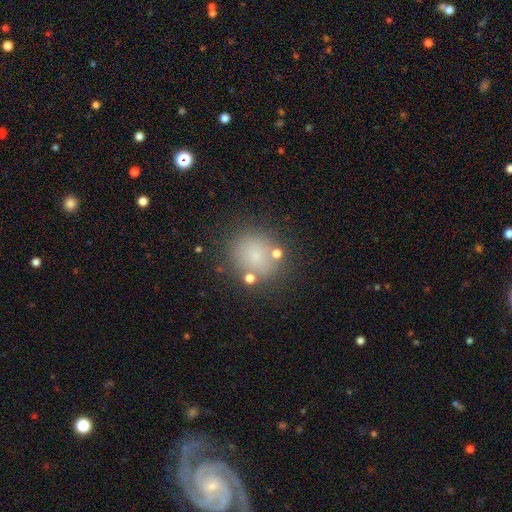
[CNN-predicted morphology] The model was most divided on "smooth or featured": smooth: 72%, star or artifact: 17%, featured or disk: 11%. More confident: how rounded — round (86%); merging — none (78%).